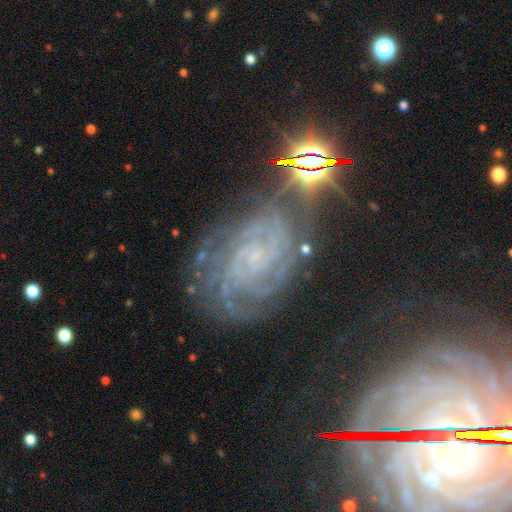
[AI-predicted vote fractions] Overall: featured or disk (82%). Edge-on disk: no (97%). Bar: no (59%; weak 31%). Spiral arms: yes (97%). Spiral arm count: can't tell (27%; 2 22%). Spiral winding: tight (72%). Bulge size: small (74%). Merging: none (69%).